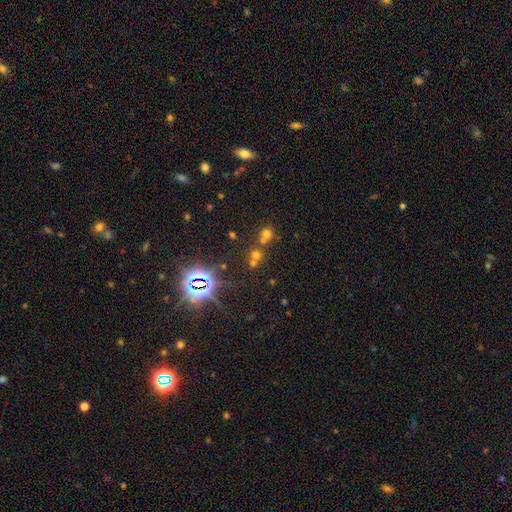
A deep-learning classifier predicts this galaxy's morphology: Smooth or featured? star or artifact (48%)